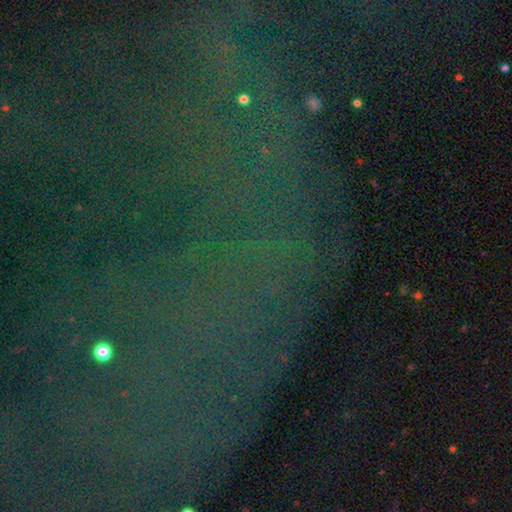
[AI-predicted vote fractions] Morphology: type=star or artifact (80%).